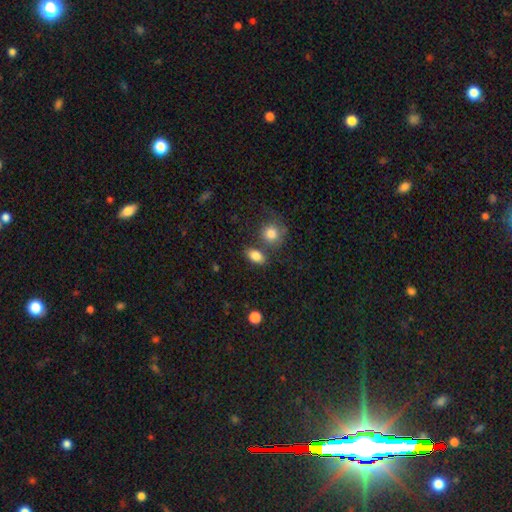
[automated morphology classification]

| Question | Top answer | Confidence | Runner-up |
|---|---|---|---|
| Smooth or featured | smooth | 84% | star or artifact (8%) |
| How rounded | in between | 84% | round (13%) |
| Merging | none | 68% | merger (16%) |